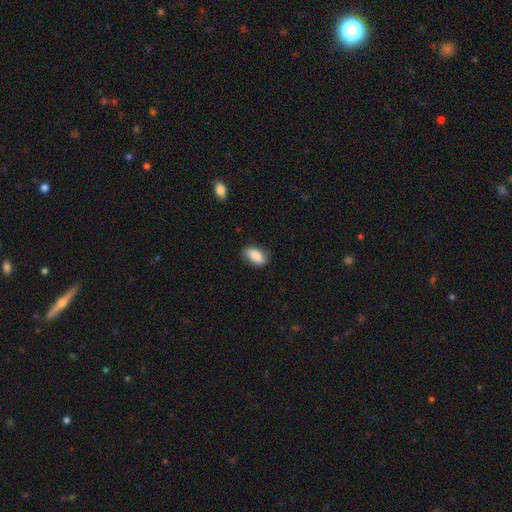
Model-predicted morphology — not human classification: This appears to be a smooth galaxy with no disk features (85%) that is in between round and cigar-shaped (90%). Merging: none (82%).